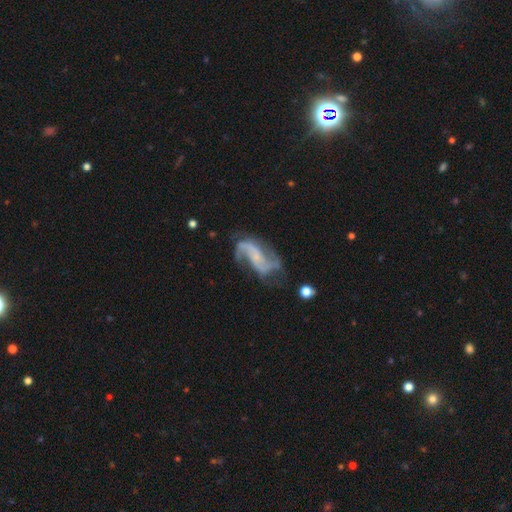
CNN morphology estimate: Overall: featured or disk (85%). Edge-on disk: no (97%). Bar: no (44%; weak 38%). Spiral arms: yes (94%). Spiral arm count: 2 (74%). Spiral winding: loose (57%; medium 34%). Bulge size: small (46%; none 38%). Merging: none (53%; minor disturbance 21%).